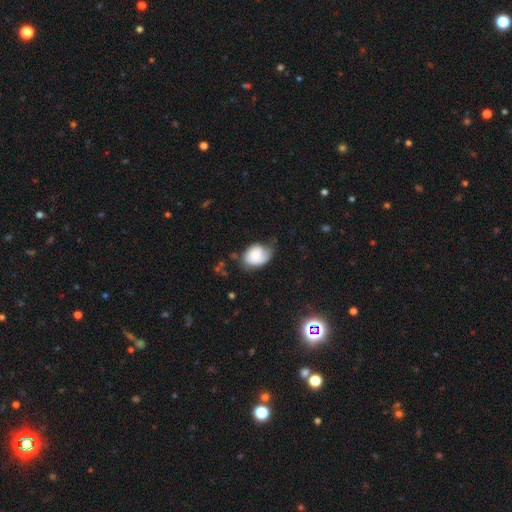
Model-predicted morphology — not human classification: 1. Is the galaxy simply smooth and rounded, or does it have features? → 51% smooth, 41% featured or disk, 8% star or artifact.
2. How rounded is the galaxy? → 70% in between, 29% round, 1% cigar-shaped.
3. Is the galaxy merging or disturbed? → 46% none, 34% minor disturbance, 17% major disturbance, 3% merger.